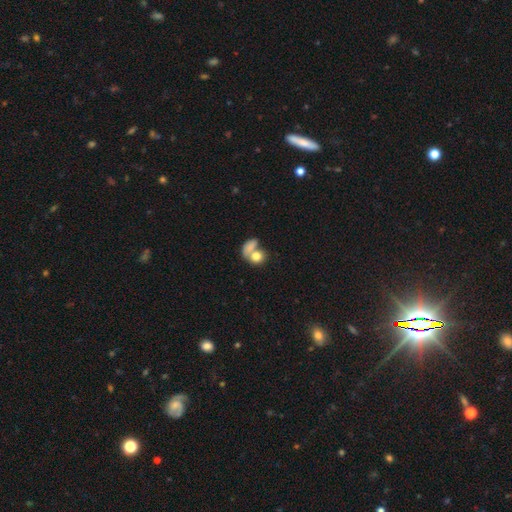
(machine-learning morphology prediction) A smooth galaxy with no disk features (79%) that is round (53%).

Vote fractions:
- Smooth or featured? smooth: 79% / featured or disk: 12% / star or artifact: 8%
- How rounded? round: 53% / in between: 45% / cigar-shaped: 2%
- Merging? merger: 56% / none: 29% / minor disturbance: 8% / major disturbance: 7%